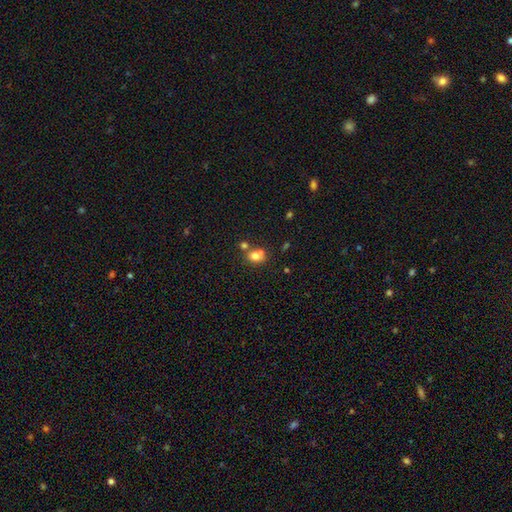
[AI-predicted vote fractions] smooth-or-featured: smooth: 75% | star or artifact: 13% | featured or disk: 12%
  how-rounded: round: 59% | in between: 40% | cigar-shaped: 1%
  merging: none: 45% | merger: 39% | minor disturbance: 11% | major disturbance: 4%